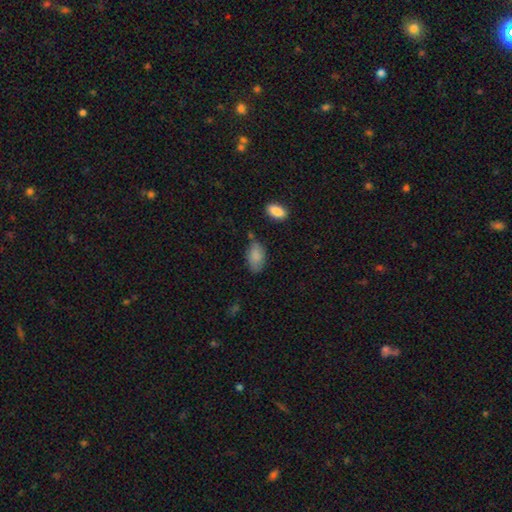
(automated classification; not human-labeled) Smooth or featured? Predicted: smooth (p=0.85). How rounded? Predicted: in between (p=0.93). Merging? Predicted: none (p=0.62).